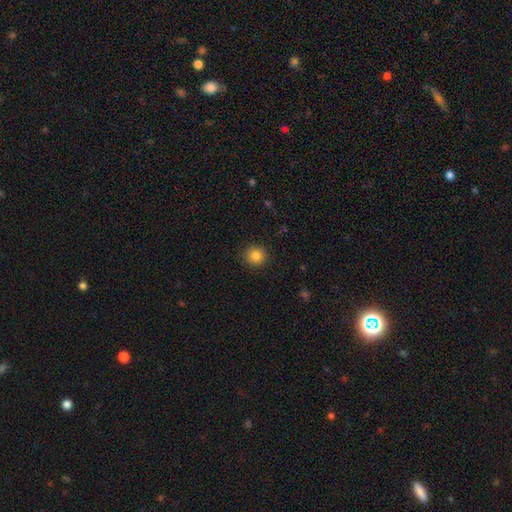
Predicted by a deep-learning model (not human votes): A smooth galaxy with no disk features (85%) that is round (91%). Merging: none (90%).